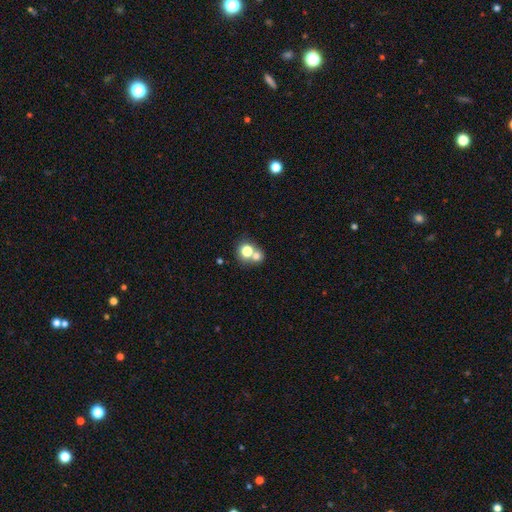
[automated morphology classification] Smooth or featured? Predicted: smooth (p=0.71). How rounded? Predicted: round (p=0.77). Merging? Predicted: merger (p=0.47).